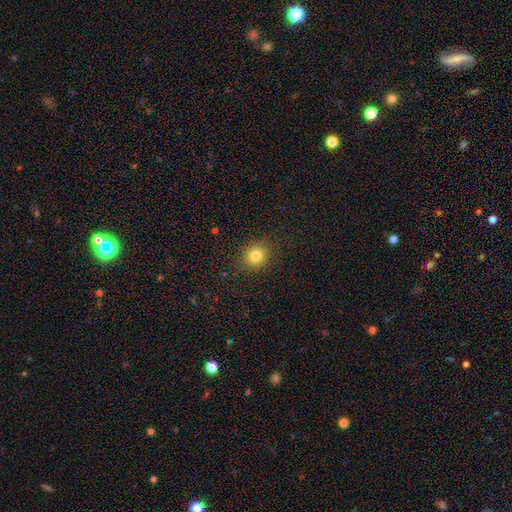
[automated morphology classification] type=smooth (80%); roundness=round (83%); merging=none (88%).